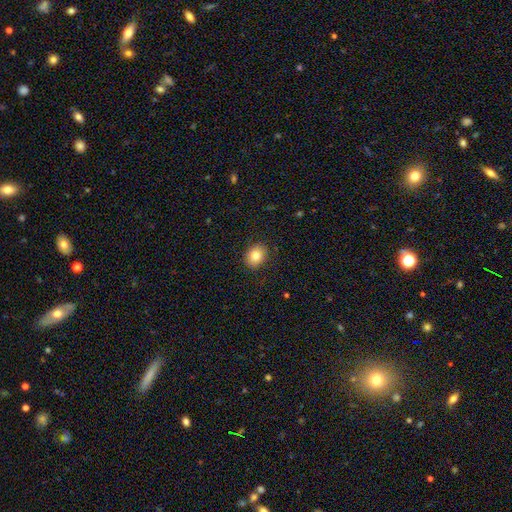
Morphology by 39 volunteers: Q: Smooth or featured?
A: smooth (87%); runner-up: featured or disk (8%)
Q: How rounded?
A: round (59%); runner-up: in between (41%)
Q: Merging?
A: none (92%); runner-up: minor disturbance (5%)